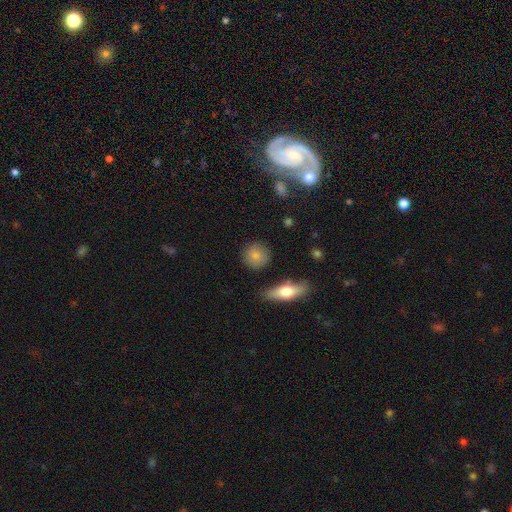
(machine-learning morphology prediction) This is clearly a smooth galaxy (82%). How rounded: clearly round (88%). Merging: clearly none (84%).